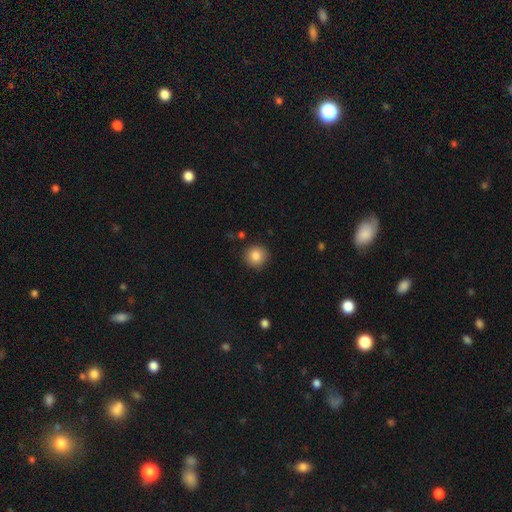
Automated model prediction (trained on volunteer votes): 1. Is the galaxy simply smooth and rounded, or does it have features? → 85% smooth, 9% star or artifact, 5% featured or disk.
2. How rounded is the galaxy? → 92% round, 7% in between, 1% cigar-shaped.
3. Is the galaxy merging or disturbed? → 90% none, 7% minor disturbance, 2% major disturbance, 1% merger.